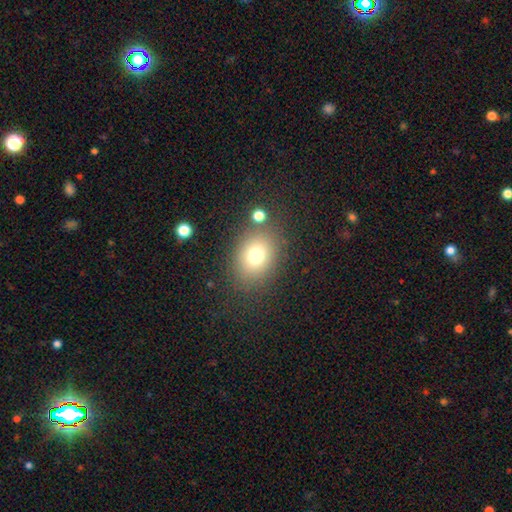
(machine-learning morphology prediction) This appears to be a smooth galaxy with no disk features (74%) that is in between round and cigar-shaped (55%). Merging: none (78%).